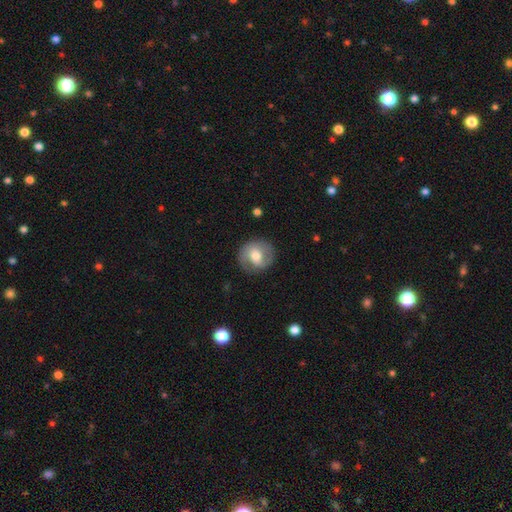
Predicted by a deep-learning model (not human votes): This appears to be a featured or disk galaxy (52%) with a weak bar (44%), spiral arms (74%) and a moderate central bulge (69%). Merging: none (81%).